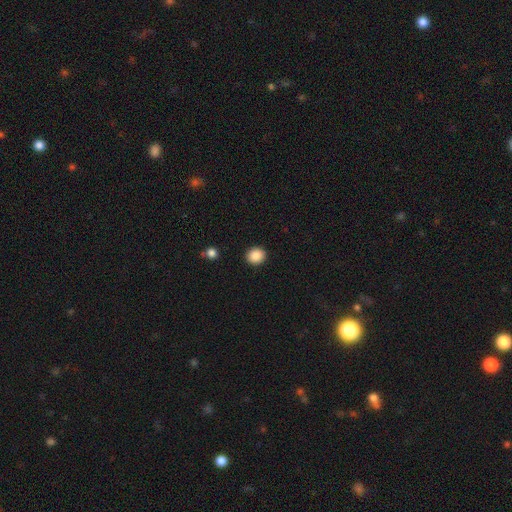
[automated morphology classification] Smooth or featured: smooth — 88% (star or artifact — 9%)
How rounded: round — 83% (in between — 16%)
Merging: none — 92% (minor disturbance — 5%)